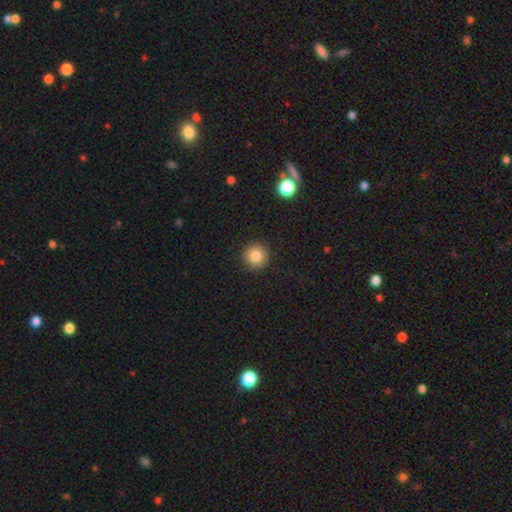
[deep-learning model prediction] Smooth or featured? Predicted: smooth (p=0.84). How rounded? Predicted: round (p=0.95). Merging? Predicted: none (p=0.91).